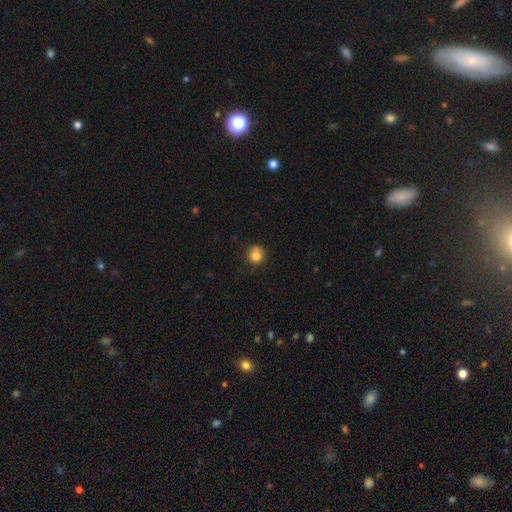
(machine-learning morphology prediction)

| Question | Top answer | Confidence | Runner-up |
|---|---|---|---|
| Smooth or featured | smooth | 80% | star or artifact (11%) |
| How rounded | round | 86% | in between (13%) |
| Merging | none | 63% | minor disturbance (22%) |